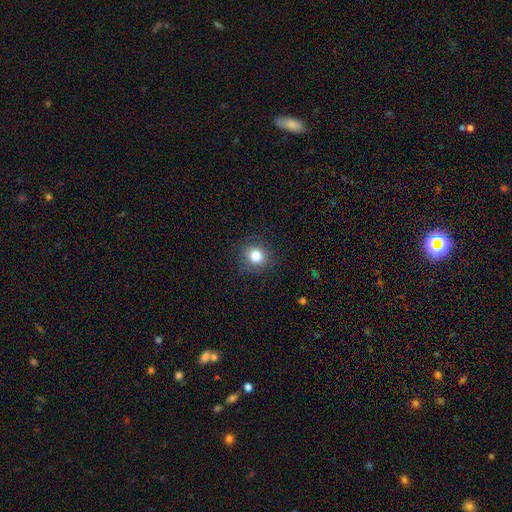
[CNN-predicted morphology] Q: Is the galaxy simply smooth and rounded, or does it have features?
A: smooth — 83%.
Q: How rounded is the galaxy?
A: round — 87%.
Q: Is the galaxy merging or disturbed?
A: none — 86%.